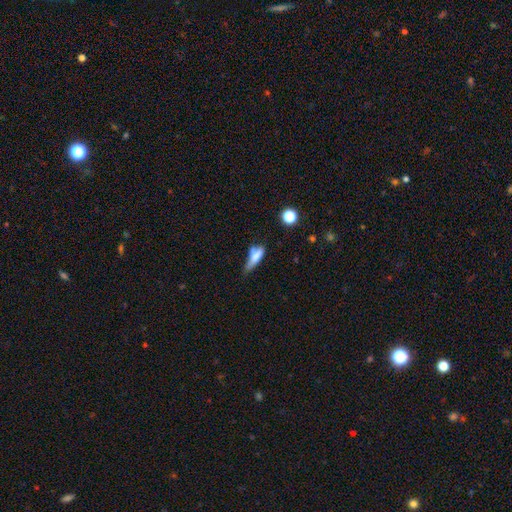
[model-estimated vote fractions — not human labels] smooth-or-featured: smooth: 65% | featured or disk: 25% | star or artifact: 10%
  how-rounded: in between: 57% | cigar-shaped: 38% | round: 5%
  merging: minor disturbance: 33% | none: 28% | major disturbance: 24% | merger: 15%